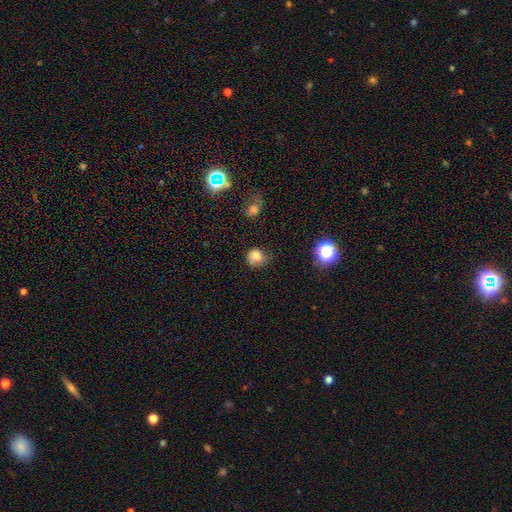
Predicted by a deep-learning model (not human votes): Smooth or featured? Predicted: smooth (p=0.69). How rounded? Predicted: round (p=0.71). Merging? Predicted: none (p=0.47).